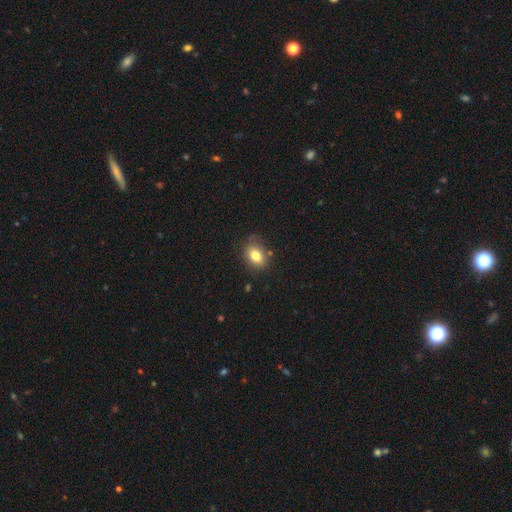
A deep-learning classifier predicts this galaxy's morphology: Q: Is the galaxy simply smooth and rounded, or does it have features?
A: smooth — 79%.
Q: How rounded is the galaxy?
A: in between — 73%.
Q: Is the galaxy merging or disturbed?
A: none — 71%.